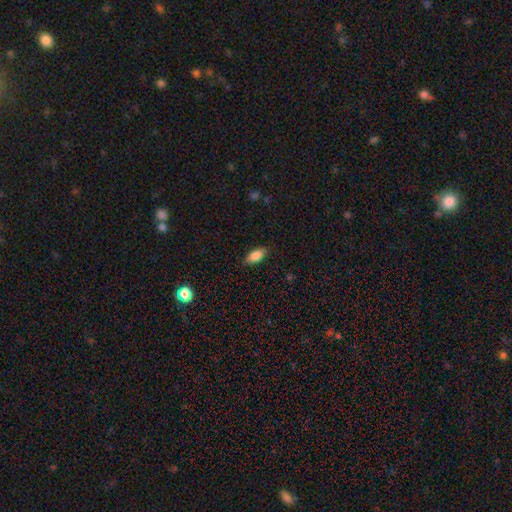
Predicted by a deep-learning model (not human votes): This appears to be a smooth galaxy with no disk features (86%) that is in between round and cigar-shaped (90%). Merging: none (85%).